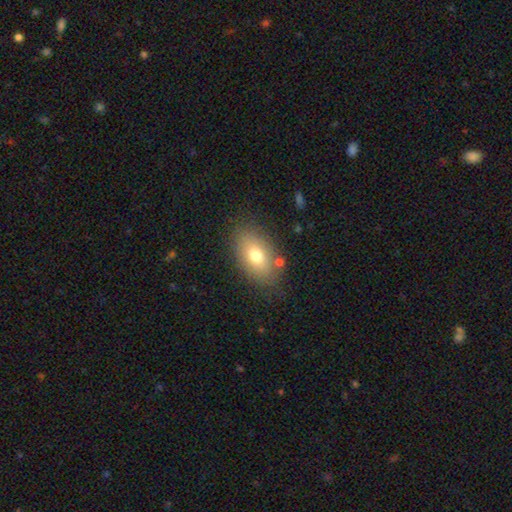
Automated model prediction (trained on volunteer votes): Smooth or featured: smooth — 75% (featured or disk — 17%)
How rounded: in between — 90% (round — 7%)
Merging: none — 79% (minor disturbance — 13%)